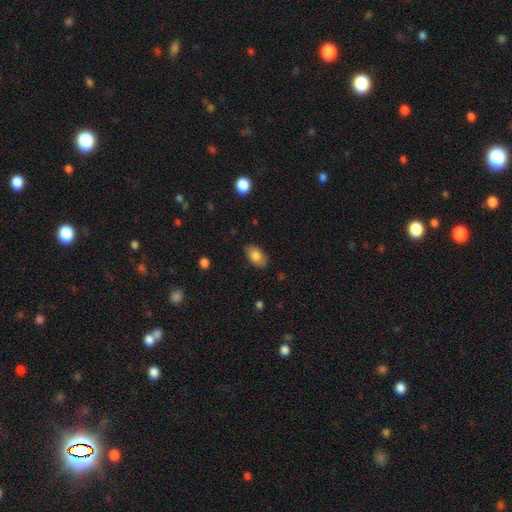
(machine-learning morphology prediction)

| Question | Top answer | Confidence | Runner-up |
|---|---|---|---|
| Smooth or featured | smooth | 79% | featured or disk (13%) |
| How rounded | in between | 92% | round (6%) |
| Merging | none | 84% | minor disturbance (12%) |